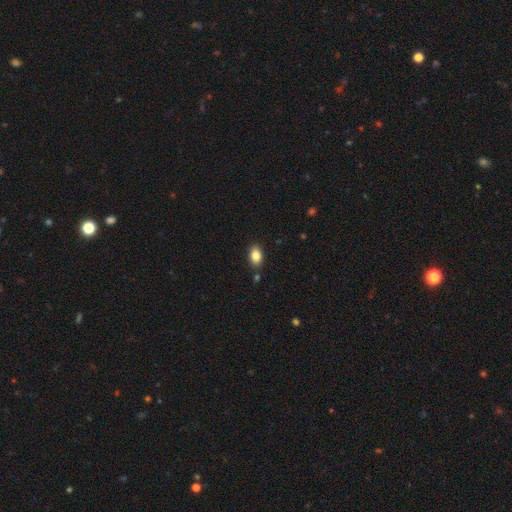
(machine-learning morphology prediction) Smooth or featured: smooth — 84% (star or artifact — 8%)
How rounded: in between — 88% (round — 11%)
Merging: none — 84% (minor disturbance — 10%)